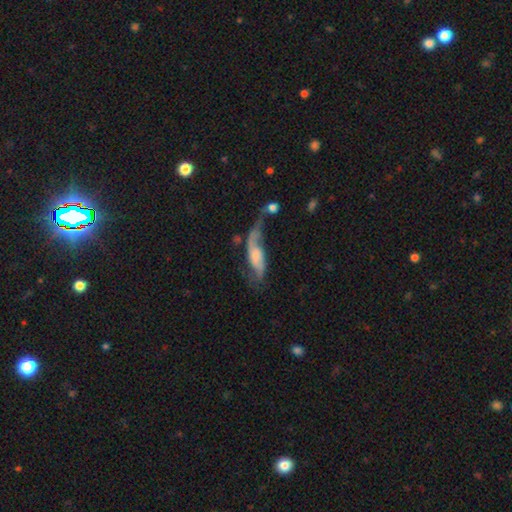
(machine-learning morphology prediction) smooth-or-featured: featured or disk: 63% | smooth: 30% | star or artifact: 7%
  disk-edge-on: no: 81% | yes: 19%
    bar: no: 61% | weak: 29% | strong: 10%
    has-spiral-arms: yes: 82% | no: 18%
    bulge-size: small: 35% | moderate: 28% | none: 23% | large: 11% | dominant: 3%
  merging: major disturbance: 31% | none: 27% | merger: 21% | minor disturbance: 20%